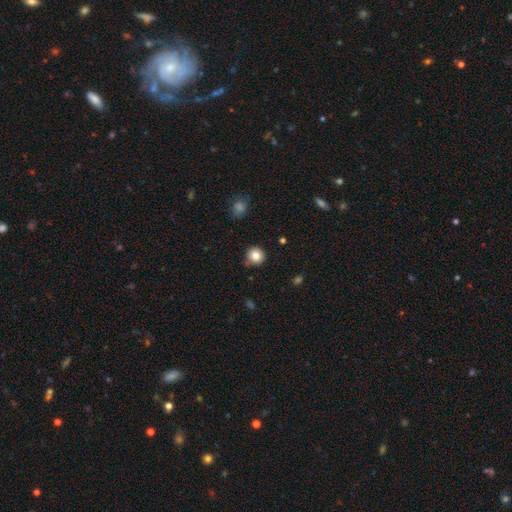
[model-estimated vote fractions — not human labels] This is clearly a smooth galaxy (82%). How rounded: clearly round (93%). Merging: clearly none (84%).